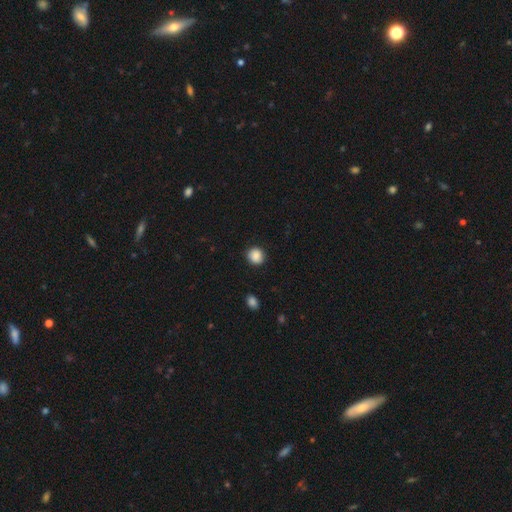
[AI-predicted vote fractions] Overall: smooth (86%). How rounded: round (87%). Merging: none (86%).